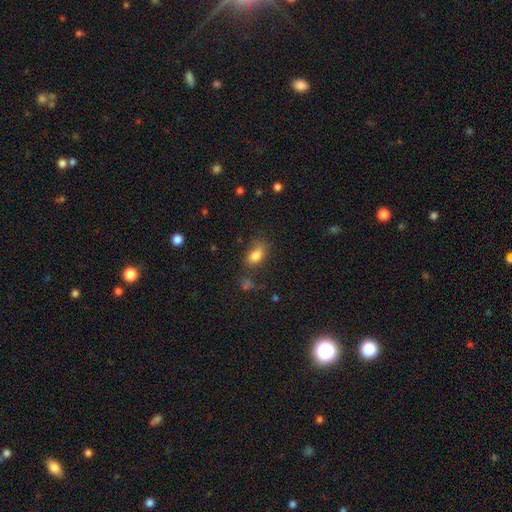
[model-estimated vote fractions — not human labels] smooth-or-featured: smooth: 82% | star or artifact: 9% | featured or disk: 8%
  how-rounded: in between: 86% | round: 11% | cigar-shaped: 3%
  merging: none: 69% | minor disturbance: 18% | major disturbance: 7% | merger: 5%